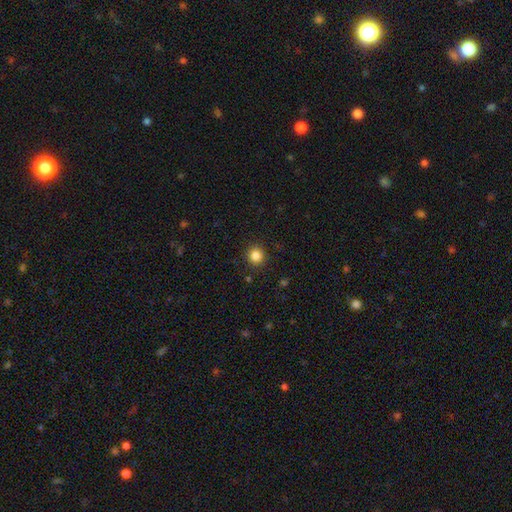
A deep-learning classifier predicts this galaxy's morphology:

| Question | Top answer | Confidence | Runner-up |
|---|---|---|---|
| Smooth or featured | smooth | 84% | star or artifact (12%) |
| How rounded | round | 93% | in between (6%) |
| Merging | none | 91% | minor disturbance (6%) |